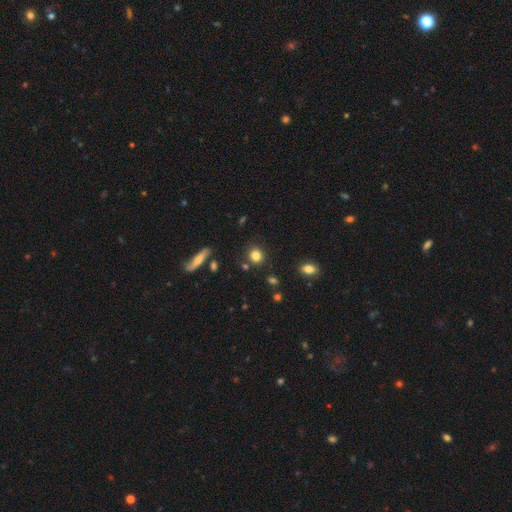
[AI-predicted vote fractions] This is clearly a smooth galaxy (82%). How rounded: likely round (79%). Merging: clearly none (83%).